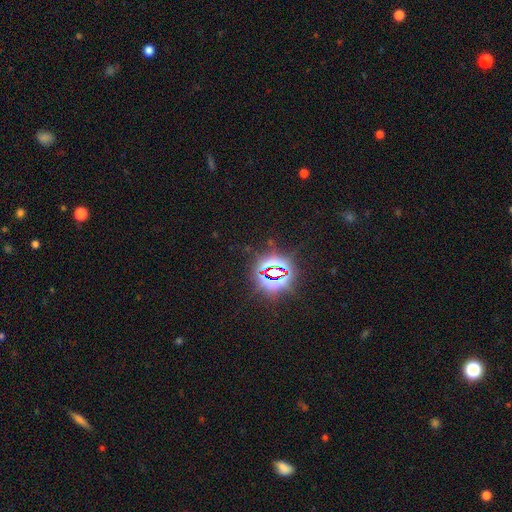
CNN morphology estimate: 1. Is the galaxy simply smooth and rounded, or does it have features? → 82% star or artifact, 11% smooth, 7% featured or disk.